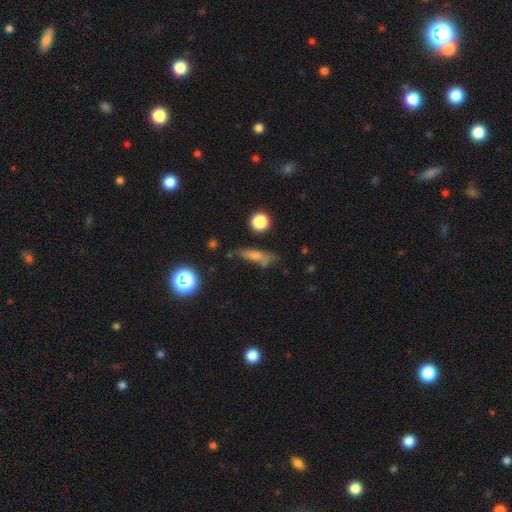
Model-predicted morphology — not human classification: Smooth or featured? Predicted: smooth (p=0.65). How rounded? Predicted: cigar-shaped (p=0.59). Merging? Predicted: none (p=0.62).